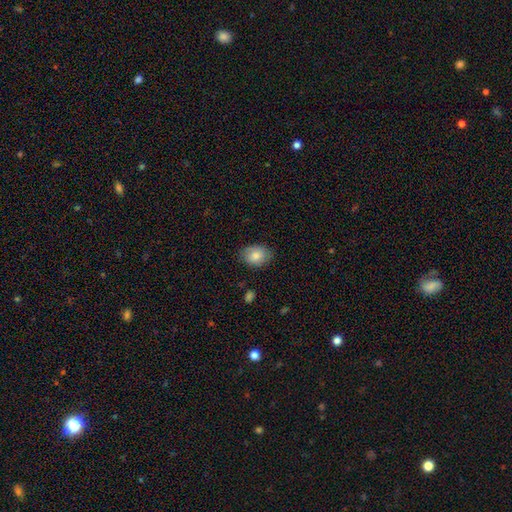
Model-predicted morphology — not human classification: This is clearly a smooth galaxy (83%). How rounded: likely in between (69%). Merging: clearly none (81%).